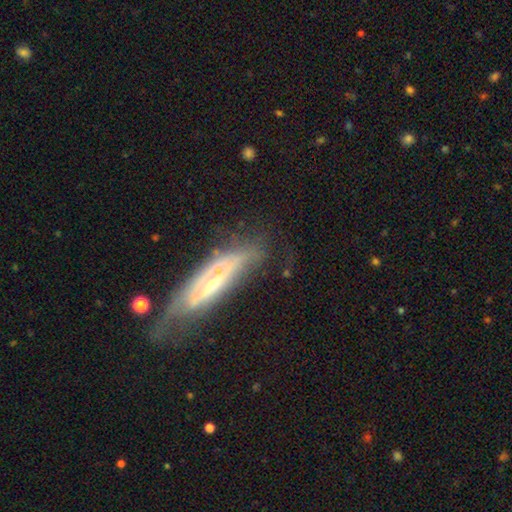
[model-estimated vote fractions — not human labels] The model was most divided on "edge-on disk": no: 56%, yes: 44%. More confident: smooth or featured — featured or disk (66%); merging — none (51%).